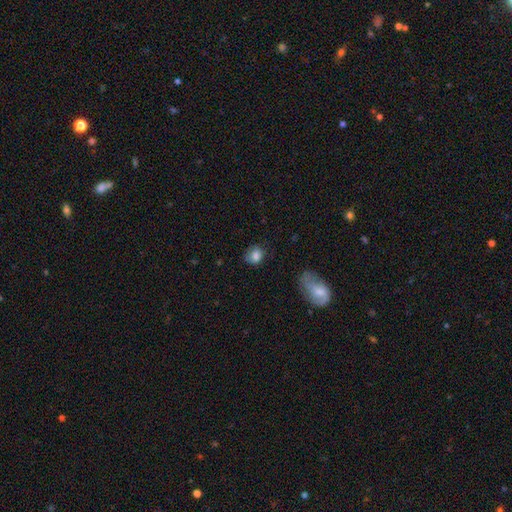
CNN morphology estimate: smooth-or-featured: smooth: 80% | featured or disk: 11% | star or artifact: 9%
  how-rounded: round: 57% | in between: 41% | cigar-shaped: 1%
  merging: none: 61% | minor disturbance: 26% | major disturbance: 11% | merger: 2%